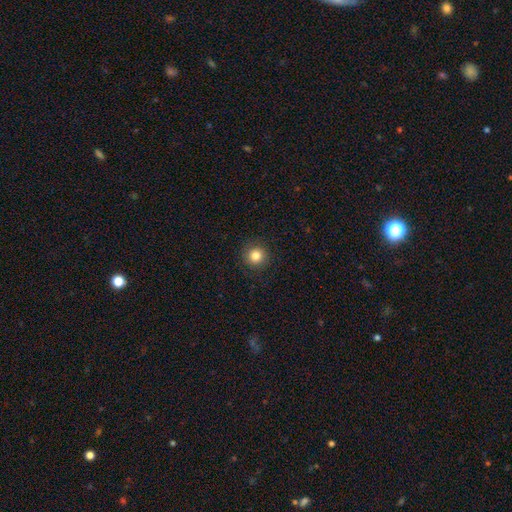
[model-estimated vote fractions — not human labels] A smooth galaxy with no disk features (83%) that is round (95%).

Vote fractions:
- Smooth or featured? smooth: 83% / star or artifact: 12% / featured or disk: 5%
- How rounded? round: 95% / in between: 4% / cigar-shaped: 1%
- Merging? none: 91% / minor disturbance: 6% / major disturbance: 2% / merger: 1%